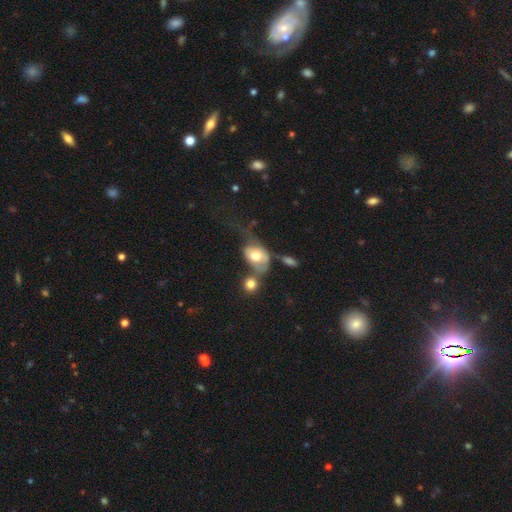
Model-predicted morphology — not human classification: A smooth galaxy with no disk features (61%) that is in between round and cigar-shaped (71%). Merging: merger (39%).